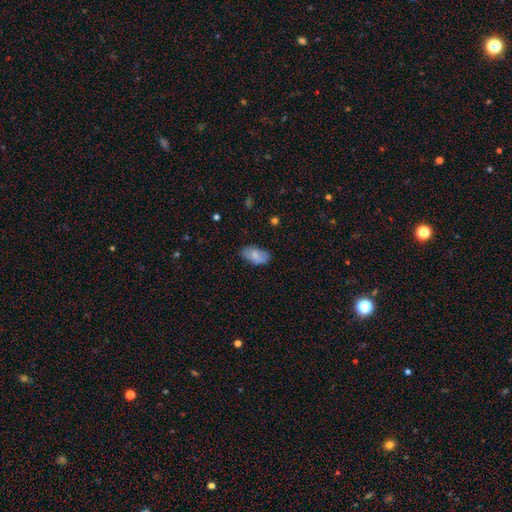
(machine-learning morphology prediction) This appears to be a smooth galaxy with no disk features (77%) that is in between round and cigar-shaped (94%). Merging: none (70%).